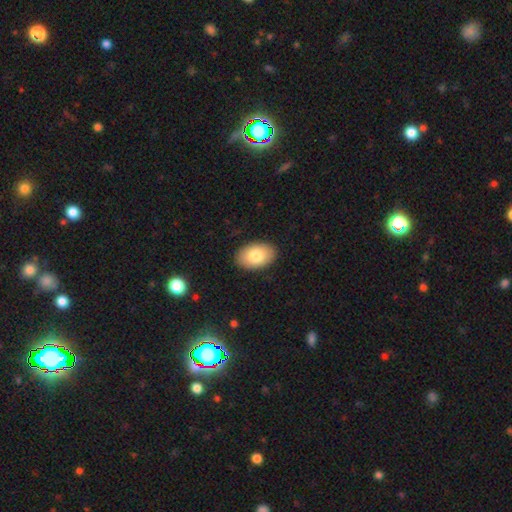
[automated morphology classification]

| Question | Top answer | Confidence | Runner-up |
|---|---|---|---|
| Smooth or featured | smooth | 81% | featured or disk (12%) |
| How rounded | in between | 90% | round (9%) |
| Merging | none | 90% | minor disturbance (8%) |